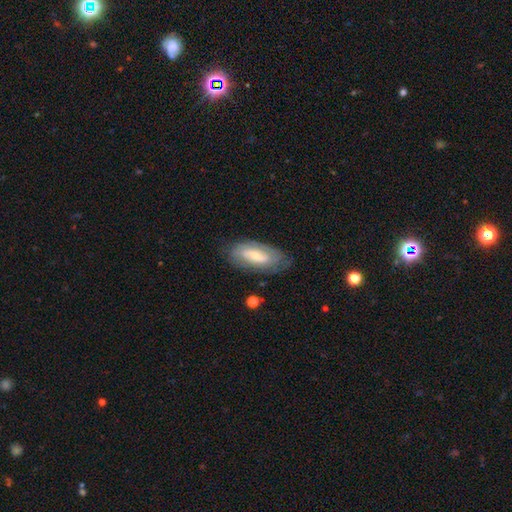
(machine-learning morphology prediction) Overall: featured or disk (63%; smooth 30%). Edge-on disk: no (90%). Bar: weak (45%; no 31%). Spiral arms: yes (80%). Bulge size: small (54%; moderate 39%). Merging: none (71%).